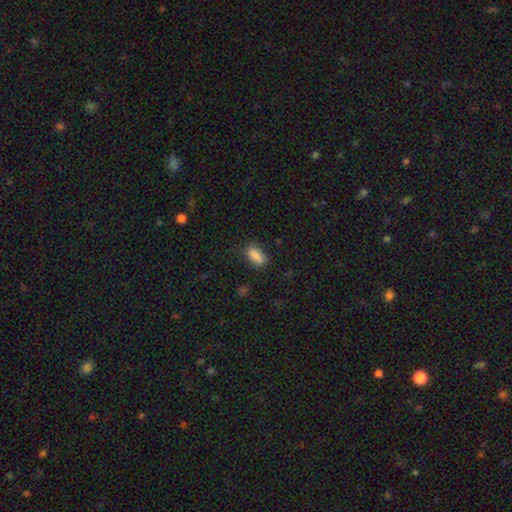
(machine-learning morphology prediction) A smooth galaxy with no disk features (87%) that is in between round and cigar-shaped (87%).

Vote fractions:
- Smooth or featured? smooth: 87% / star or artifact: 8% / featured or disk: 4%
- How rounded? in between: 87% / cigar-shaped: 10% / round: 4%
- Merging? none: 80% / minor disturbance: 14% / major disturbance: 4% / merger: 1%